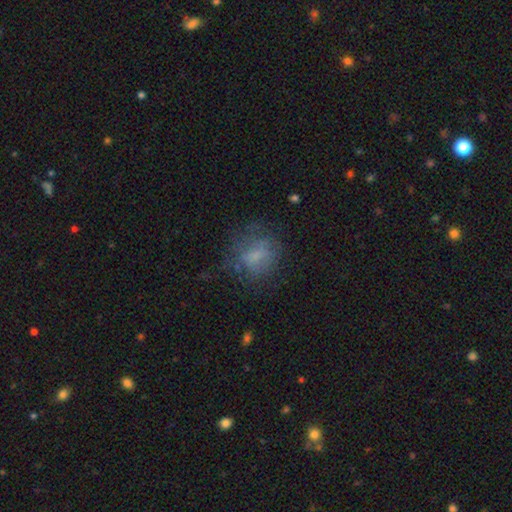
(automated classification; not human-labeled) A smooth galaxy with no disk features (59%) that is round (60%). Merging: none (57%).